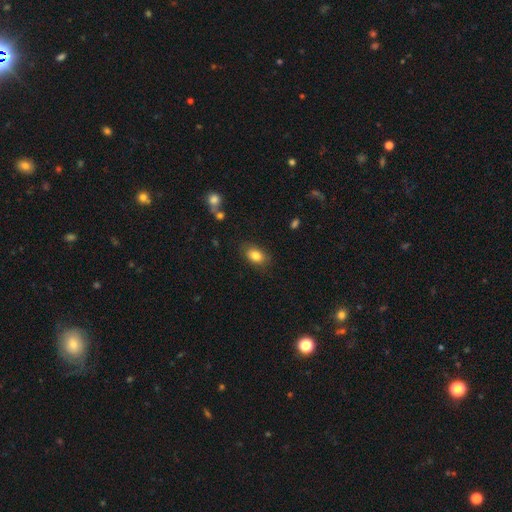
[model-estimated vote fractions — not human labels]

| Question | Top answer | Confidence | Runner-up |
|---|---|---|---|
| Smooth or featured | smooth | 83% | featured or disk (9%) |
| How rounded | in between | 84% | round (14%) |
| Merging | none | 81% | minor disturbance (14%) |